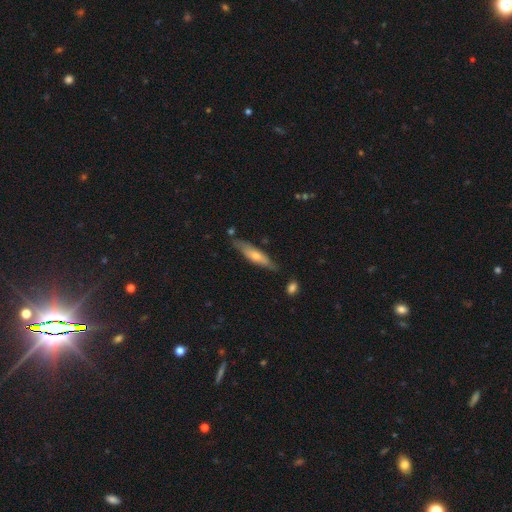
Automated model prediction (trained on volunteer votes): Overall: smooth (53%; featured or disk 41%). How rounded: cigar-shaped (75%). Merging: none (75%).